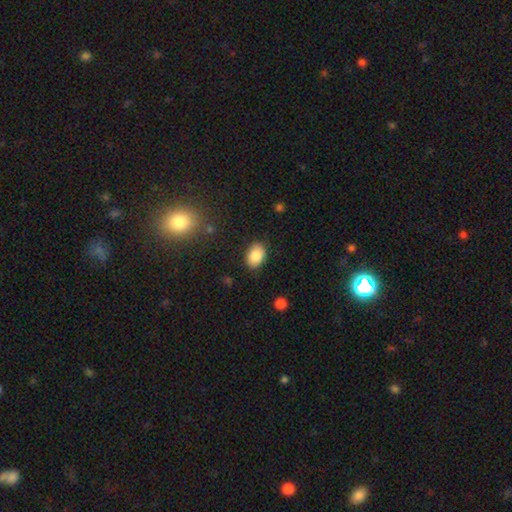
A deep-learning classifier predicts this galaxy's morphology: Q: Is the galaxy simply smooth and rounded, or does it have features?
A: smooth — 86%.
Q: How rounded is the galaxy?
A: in between — 82%.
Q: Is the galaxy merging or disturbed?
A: none — 83%.